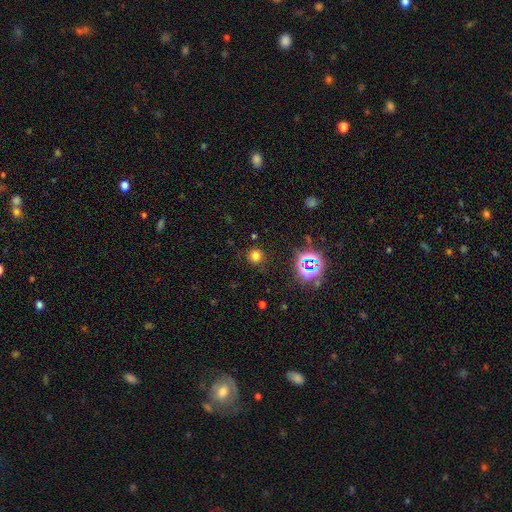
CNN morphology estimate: Smooth or featured? Predicted: smooth (p=0.69). How rounded? Predicted: round (p=0.93). Merging? Predicted: none (p=0.86).